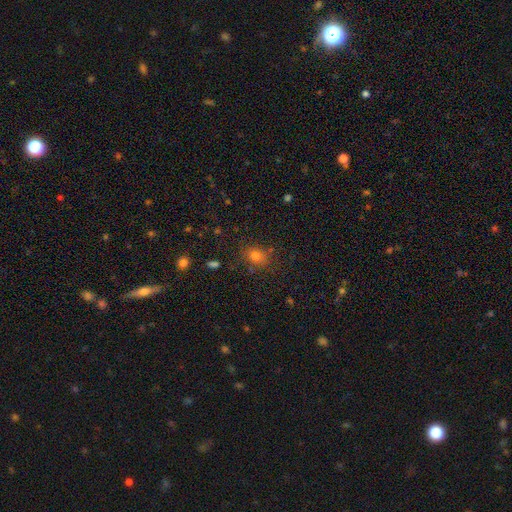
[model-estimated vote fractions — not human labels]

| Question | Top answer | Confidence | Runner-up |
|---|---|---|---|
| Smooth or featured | smooth | 73% | star or artifact (19%) |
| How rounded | round | 62% | in between (37%) |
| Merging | none | 80% | minor disturbance (13%) |